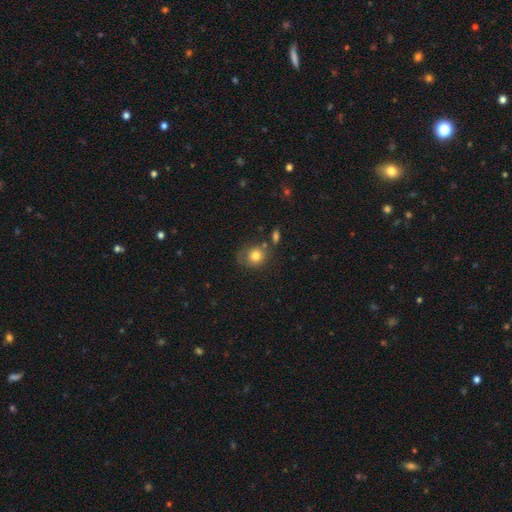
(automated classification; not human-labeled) smooth 78%, featured or disk 13%, star or artifact 9%. Down the decision tree: how rounded — round (69%); merging — none (53%).